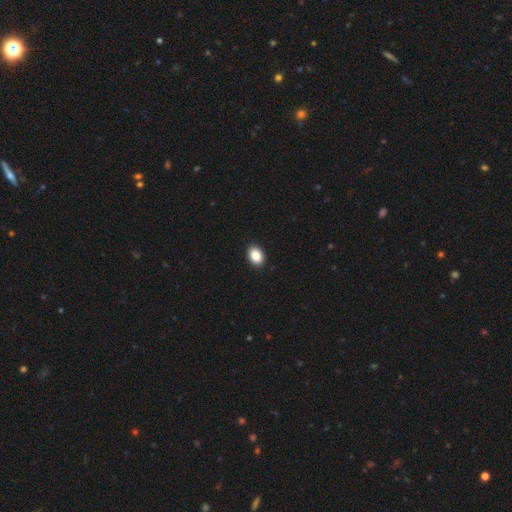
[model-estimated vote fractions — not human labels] A smooth galaxy with no disk features (88%) that is in between round and cigar-shaped (82%).

Vote fractions:
- Smooth or featured? smooth: 88% / star or artifact: 8% / featured or disk: 4%
- How rounded? in between: 82% / round: 17% / cigar-shaped: 1%
- Merging? none: 90% / minor disturbance: 7% / major disturbance: 2% / merger: 1%